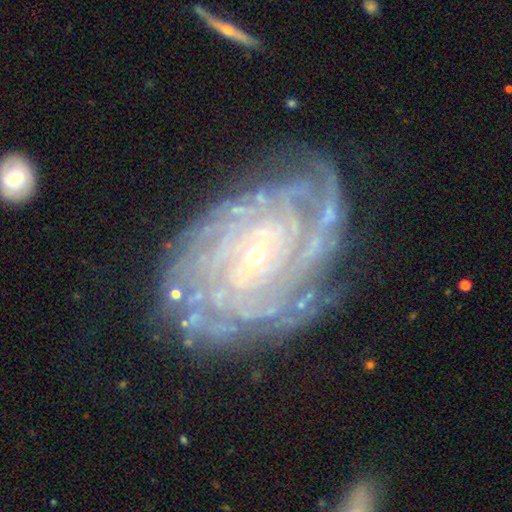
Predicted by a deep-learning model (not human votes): This is clearly a featured or disk galaxy (89%). It is clearly not viewed edge-on (96%). Bar: marginally weak (41%, tied with no). Spiral arm pattern: clearly yes (97%). Spiral arm count: marginally can't tell (27%). Spiral winding: likely tight (80%). Central bulge: clearly small (80%). Merging: likely none (75%).